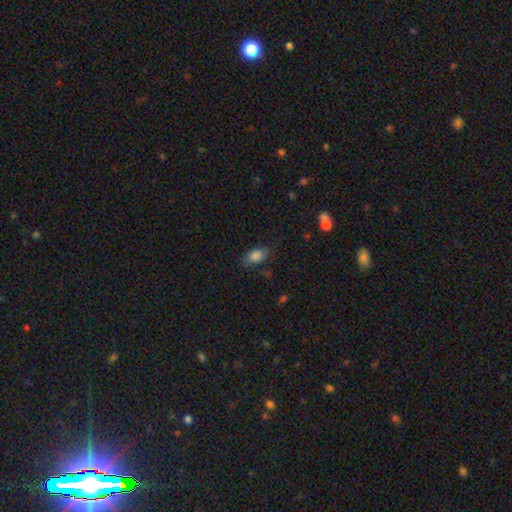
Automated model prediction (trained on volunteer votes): This appears to be a smooth galaxy with no disk features (83%) that is in between round and cigar-shaped (88%). Merging: none (71%).